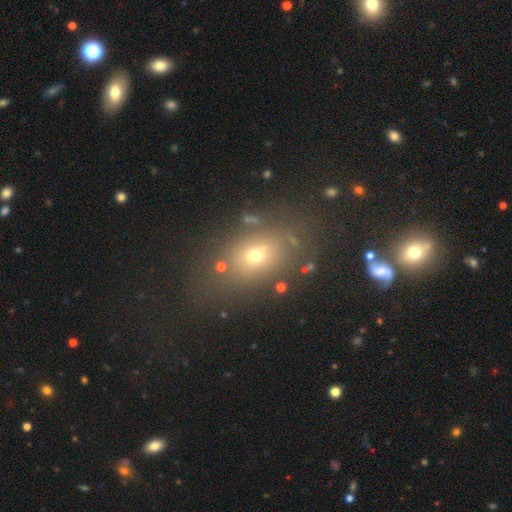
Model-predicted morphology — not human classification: The model was most divided on "how rounded": in between: 64%, round: 34%, cigar-shaped: 2%. More confident: merging — none (71%); smooth or featured — smooth (62%).